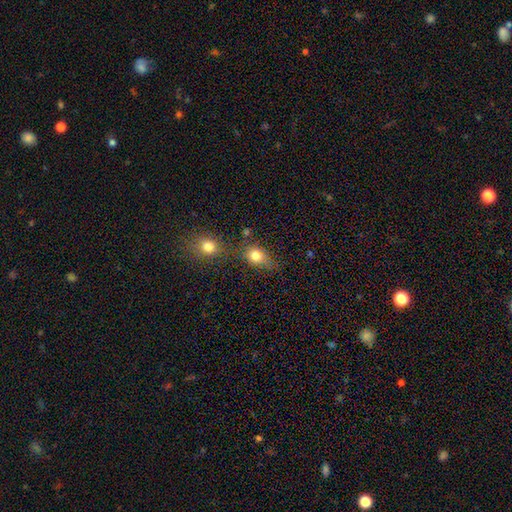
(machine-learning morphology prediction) type=smooth (79%); roundness=in between (49%); merging=none (51%).